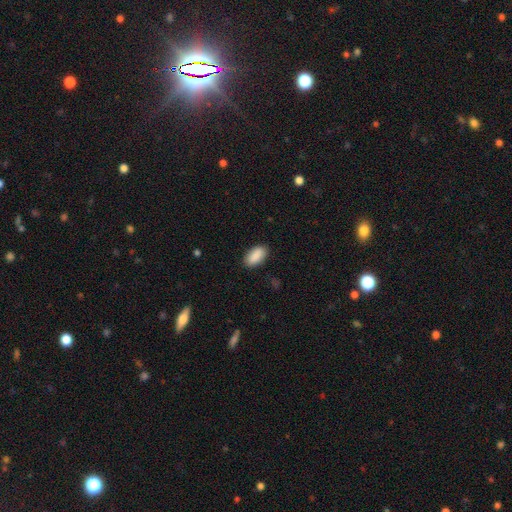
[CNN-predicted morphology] A smooth galaxy with no disk features (90%) that is in between round and cigar-shaped (93%). Merging: none (88%).